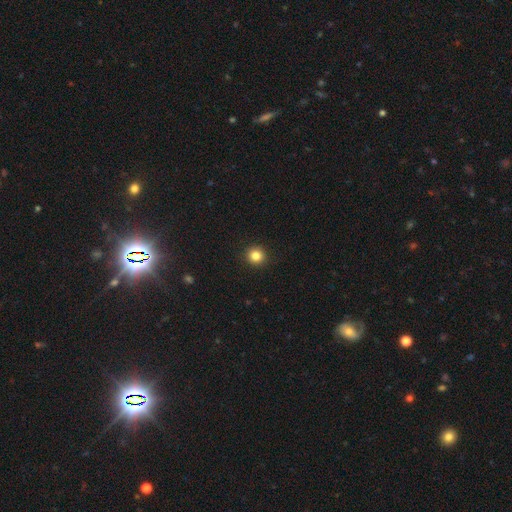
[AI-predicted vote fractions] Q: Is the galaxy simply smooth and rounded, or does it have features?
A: smooth — 83%.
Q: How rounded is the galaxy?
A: round — 93%.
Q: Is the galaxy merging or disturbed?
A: none — 93%.